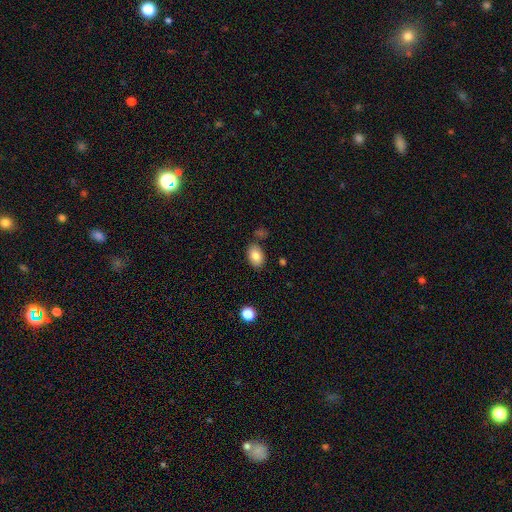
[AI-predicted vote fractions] Smooth or featured? smooth (84%)
How rounded? in between (88%)
Merging? none (79%)